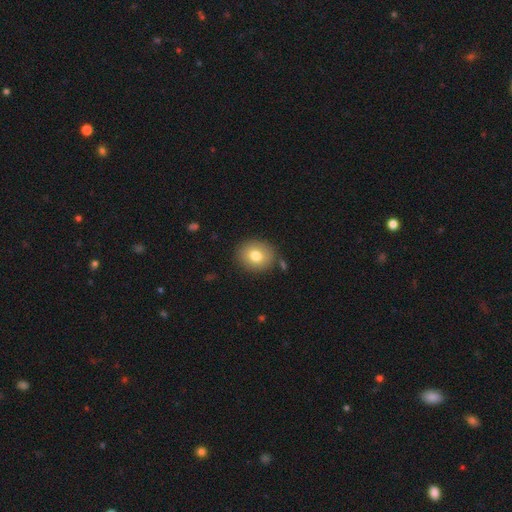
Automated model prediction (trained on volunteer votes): smooth_or_featured: smooth (p=0.78) [alt: featured or disk p=0.13]
how_rounded: round (p=0.67) [alt: in between p=0.32]
merging: none (p=0.84) [alt: minor disturbance p=0.10]